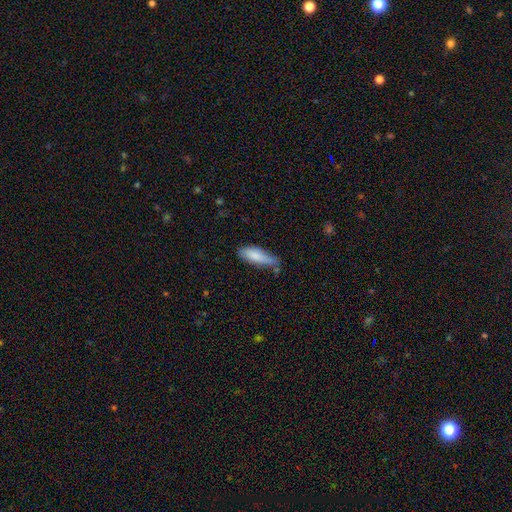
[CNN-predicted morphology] smooth-or-featured: smooth: 81% | featured or disk: 12% | star or artifact: 6%
  how-rounded: in between: 51% | cigar-shaped: 48% | round: 2%
  merging: none: 51% | minor disturbance: 34% | major disturbance: 8% | merger: 6%